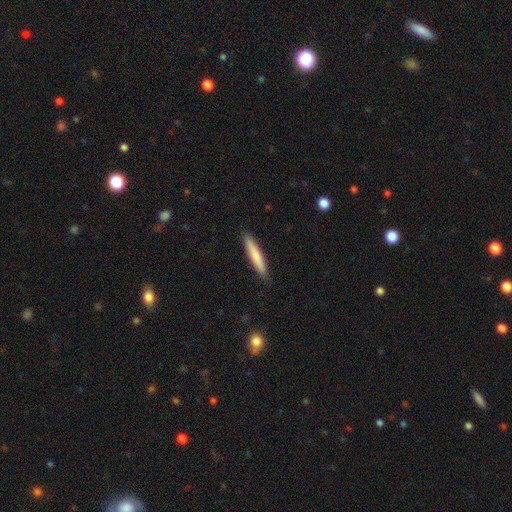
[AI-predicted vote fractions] This is likely a smooth galaxy (76%). How rounded: clearly cigar-shaped (92%). Merging: clearly none (89%).